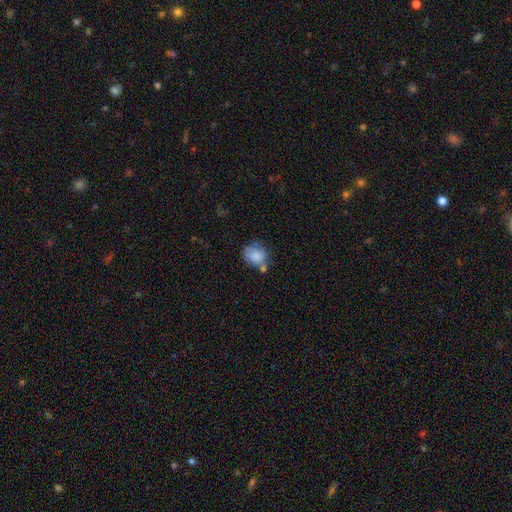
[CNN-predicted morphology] Smooth or featured: smooth — 83% (featured or disk — 9%)
How rounded: round — 58% (in between — 41%)
Merging: none — 49% (merger — 22%)